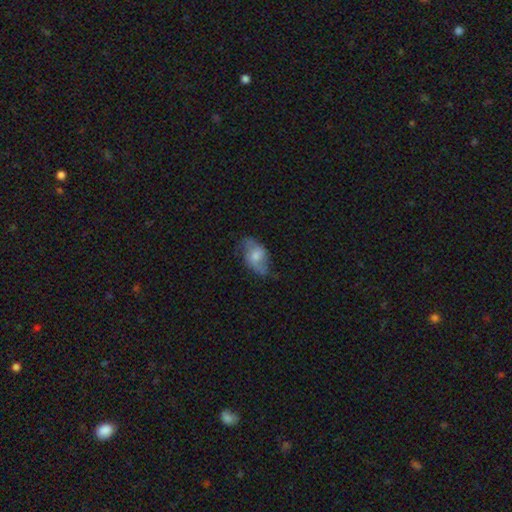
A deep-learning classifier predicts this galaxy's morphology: Smooth or featured?
  - featured or disk: 49% *
  - smooth: 43%
  - star or artifact: 8%
Merging?
  - none: 62% *
  - minor disturbance: 26%
  - major disturbance: 10%
  - merger: 2%